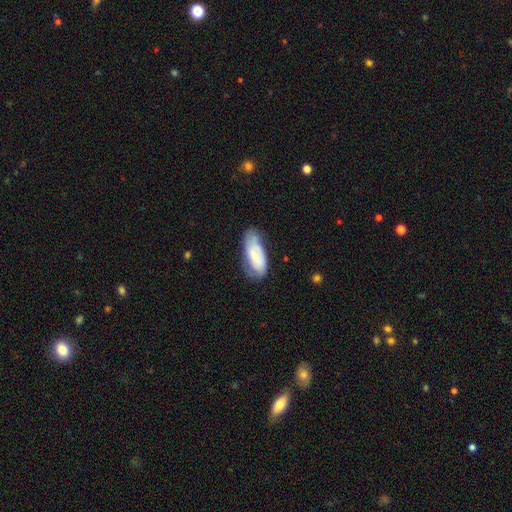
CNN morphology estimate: Smooth or featured? Predicted: smooth (p=0.56). How rounded? Predicted: in between (p=0.79). Merging? Predicted: none (p=0.53).